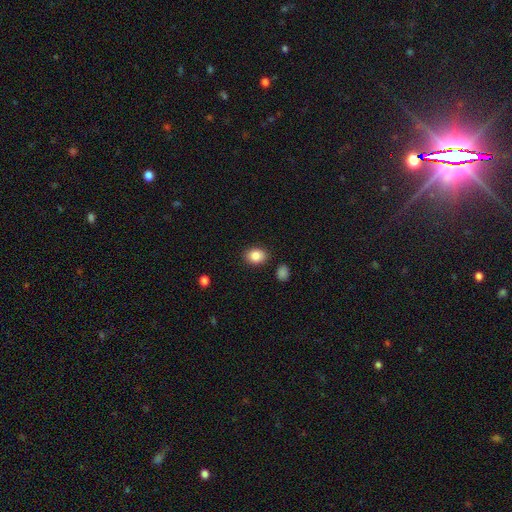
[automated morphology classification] Smooth or featured? Predicted: smooth (p=0.86). How rounded? Predicted: in between (p=0.60). Merging? Predicted: none (p=0.85).